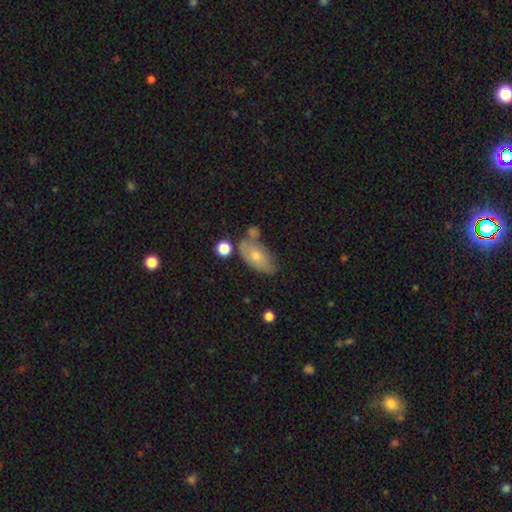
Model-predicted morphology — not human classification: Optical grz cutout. It shows a smooth galaxy with no disk features (66%) that is in between round and cigar-shaped (90%). Merging: none (48%).